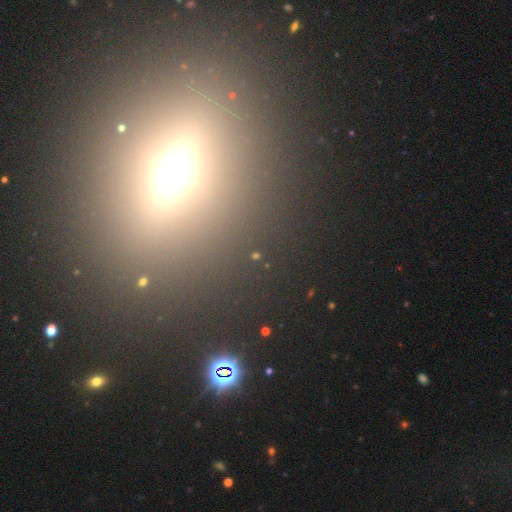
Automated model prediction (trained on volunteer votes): The model was most divided on "smooth or featured": star or artifact: 65%, smooth: 23%, featured or disk: 11%.